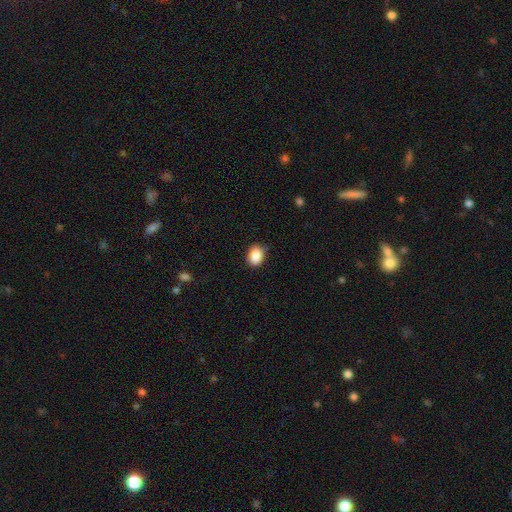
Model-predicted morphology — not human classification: Smooth or featured? smooth (88%)
How rounded? in between (69%)
Merging? none (81%)